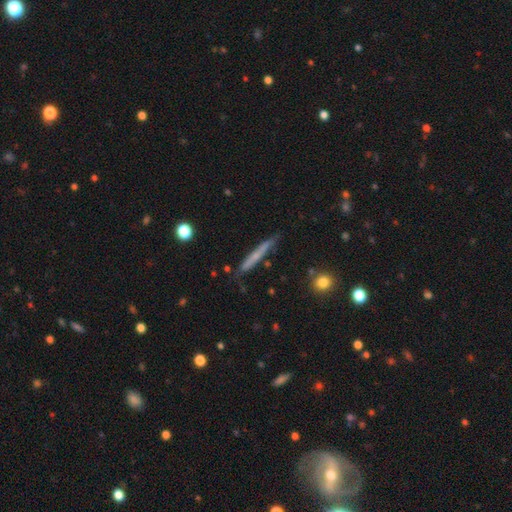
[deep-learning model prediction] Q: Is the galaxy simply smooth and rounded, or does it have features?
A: smooth — 51%.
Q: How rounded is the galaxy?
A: cigar-shaped — 95%.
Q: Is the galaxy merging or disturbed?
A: none — 81%.